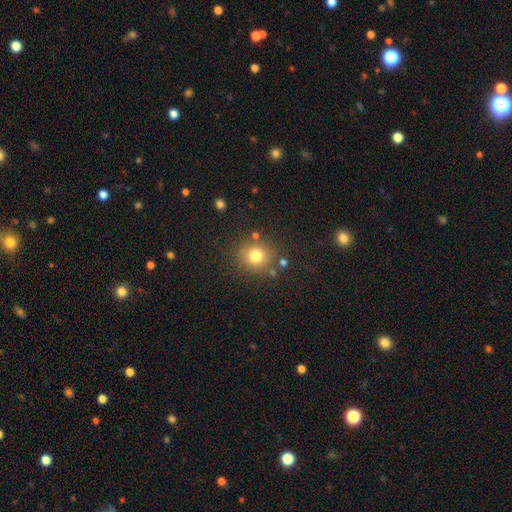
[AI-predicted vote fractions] A smooth galaxy with no disk features (77%) that is round (89%). Merging: none (81%).